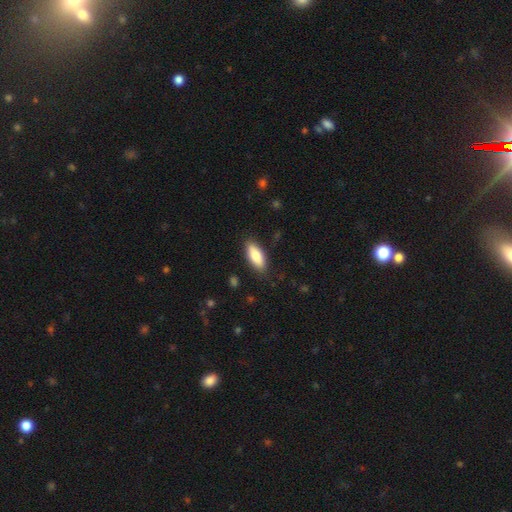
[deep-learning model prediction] Smooth or featured: smooth — 81% (featured or disk — 13%)
How rounded: in between — 77% (cigar-shaped — 21%)
Merging: none — 85% (minor disturbance — 11%)